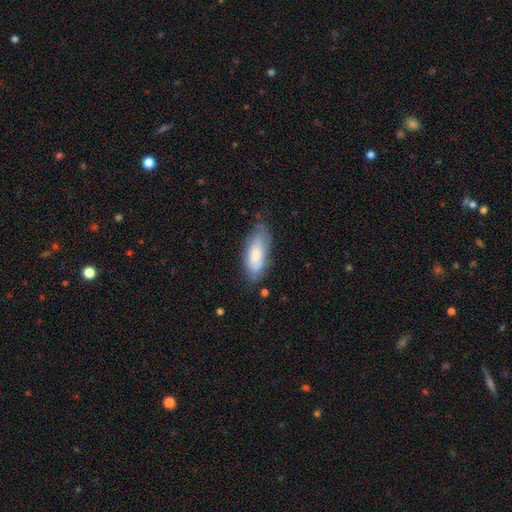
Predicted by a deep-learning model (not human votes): This is likely a smooth galaxy (68%). How rounded: clearly in between (82%). Merging: likely none (61%).